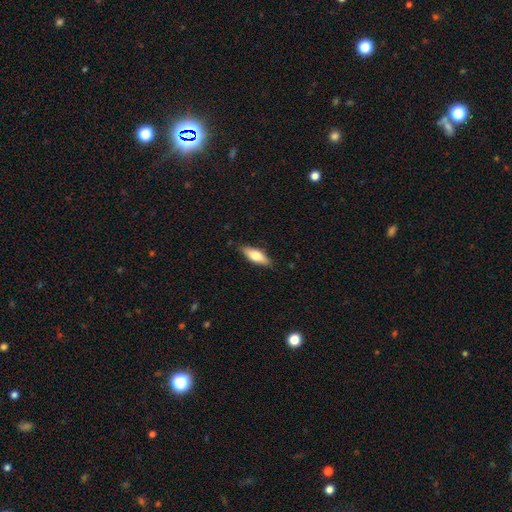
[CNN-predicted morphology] Overall: smooth (68%). How rounded: in between (62%; cigar-shaped 35%). Merging: none (84%).